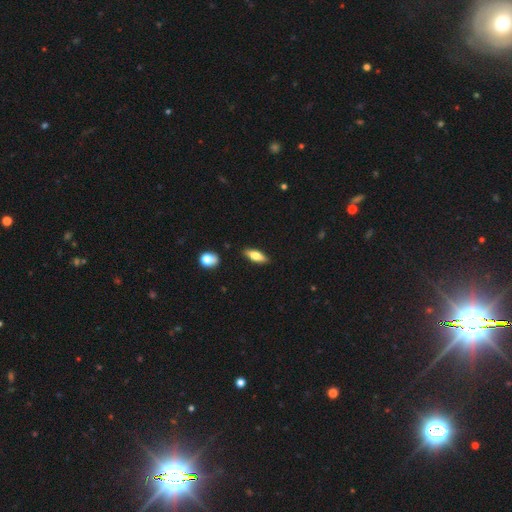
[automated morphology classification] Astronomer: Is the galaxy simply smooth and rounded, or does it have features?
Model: smooth — 66%.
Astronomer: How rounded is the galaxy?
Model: in between — 60% (runner-up: cigar-shaped, 37%).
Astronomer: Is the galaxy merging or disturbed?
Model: none — 87%.